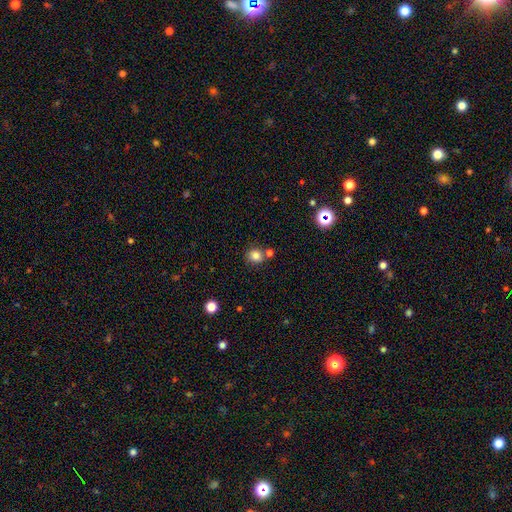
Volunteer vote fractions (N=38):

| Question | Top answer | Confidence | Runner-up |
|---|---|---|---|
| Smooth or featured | smooth | 84% | featured or disk (11%) |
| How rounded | round | 84% | in between (16%) |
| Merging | none | 75% | merger (17%) |